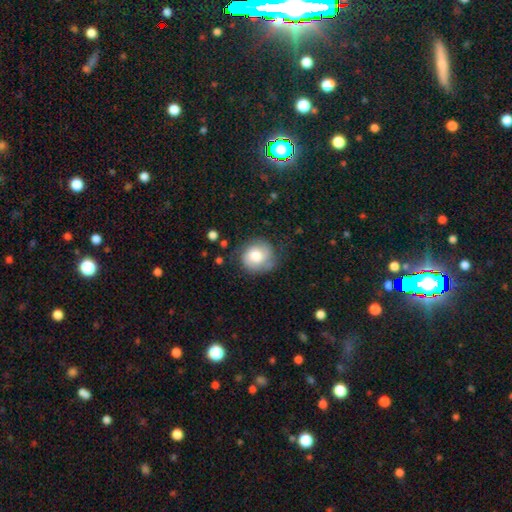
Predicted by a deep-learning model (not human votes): Smooth or featured?
  - smooth: 56% *
  - featured or disk: 36%
  - star or artifact: 8%
How rounded?
  - round: 82% *
  - in between: 18%
  - cigar-shaped: 1%
Merging?
  - none: 64% *
  - minor disturbance: 24%
  - major disturbance: 10%
  - merger: 2%